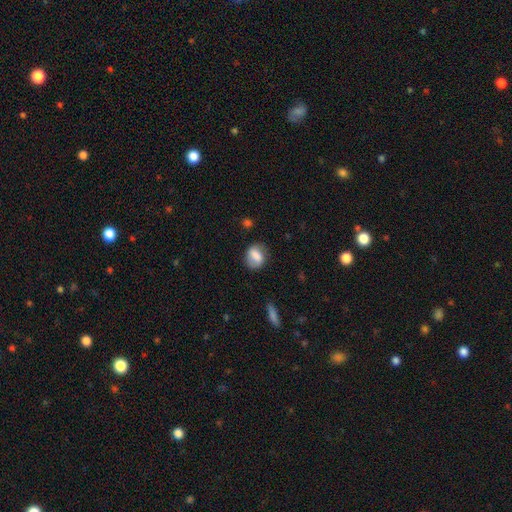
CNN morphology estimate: Q: Smooth or featured?
A: smooth (71%); runner-up: featured or disk (21%)
Q: How rounded?
A: in between (57%); runner-up: round (41%)
Q: Merging?
A: none (70%); runner-up: minor disturbance (21%)